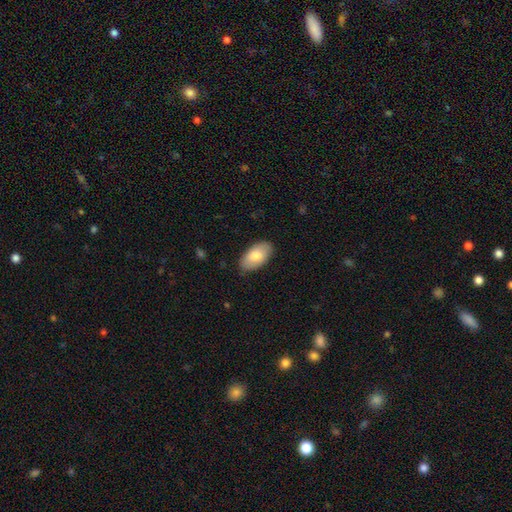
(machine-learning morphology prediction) Smooth or featured: smooth — 77% (featured or disk — 18%)
How rounded: in between — 95% (round — 3%)
Merging: none — 85% (minor disturbance — 12%)